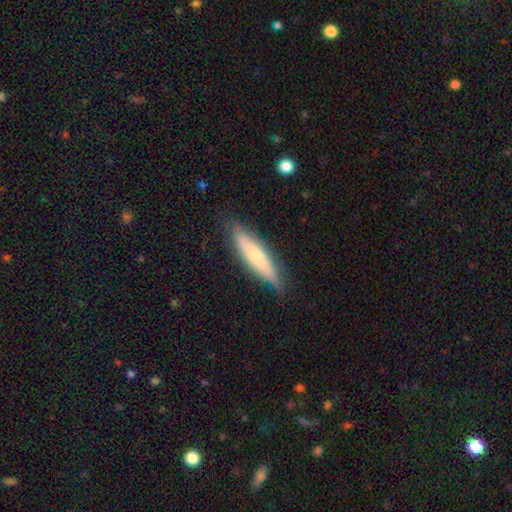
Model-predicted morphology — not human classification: Smooth or featured? Predicted: smooth (p=0.65). How rounded? Predicted: cigar-shaped (p=0.77). Merging? Predicted: none (p=0.83).